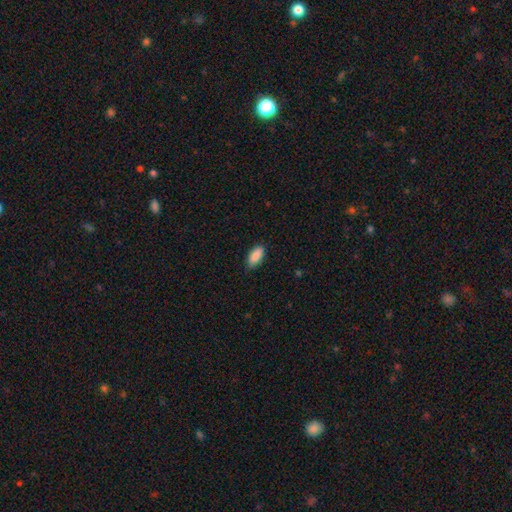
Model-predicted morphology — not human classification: type=smooth (89%); roundness=in between (90%); merging=none (82%).